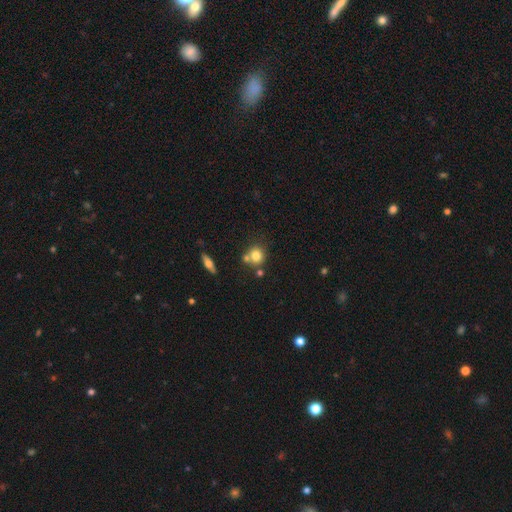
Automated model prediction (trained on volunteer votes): Q: Smooth or featured?
A: smooth (77%); runner-up: featured or disk (12%)
Q: How rounded?
A: round (83%); runner-up: in between (16%)
Q: Merging?
A: none (57%); runner-up: merger (27%)